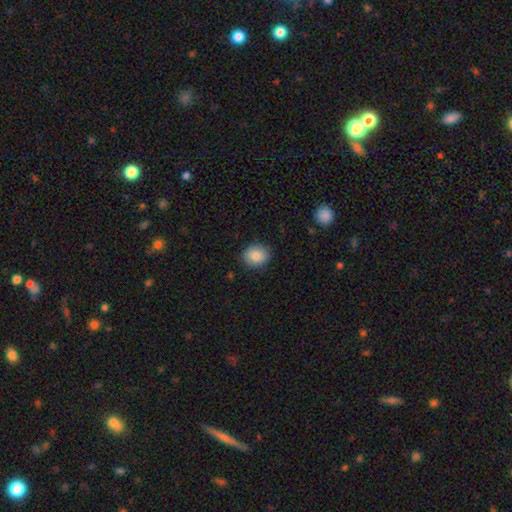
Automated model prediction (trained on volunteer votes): Q: Smooth or featured?
A: smooth (86%); runner-up: star or artifact (8%)
Q: How rounded?
A: round (63%); runner-up: in between (36%)
Q: Merging?
A: none (87%); runner-up: minor disturbance (9%)